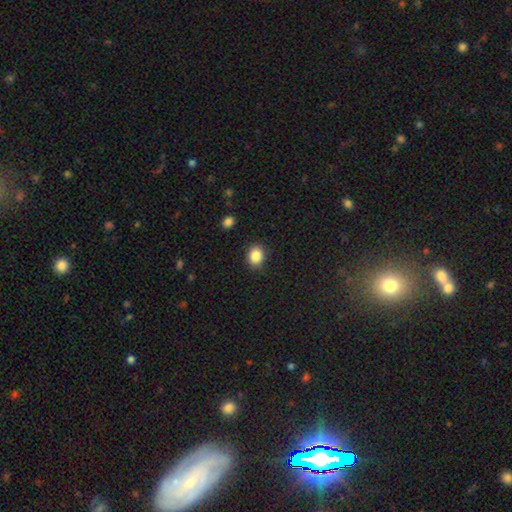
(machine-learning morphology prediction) Q: Smooth or featured?
A: smooth (86%); runner-up: star or artifact (9%)
Q: How rounded?
A: round (57%); runner-up: in between (42%)
Q: Merging?
A: none (88%); runner-up: minor disturbance (8%)